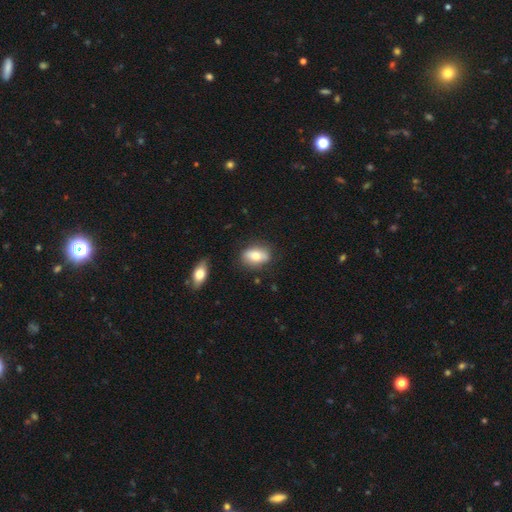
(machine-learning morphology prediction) Smooth or featured: smooth — 72% (featured or disk — 22%)
How rounded: in between — 83% (round — 12%)
Merging: none — 77% (minor disturbance — 16%)